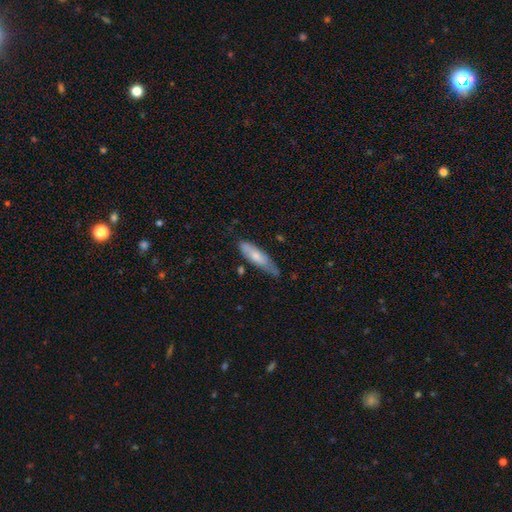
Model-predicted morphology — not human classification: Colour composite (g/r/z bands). It shows a smooth galaxy with no disk features (65%) that is cigar-shaped (60%). Merging: none (56%).